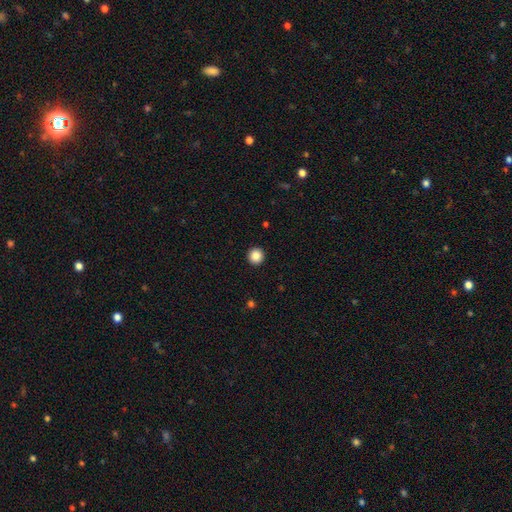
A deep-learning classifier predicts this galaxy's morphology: Overall: smooth (87%). How rounded: round (95%). Merging: none (94%).